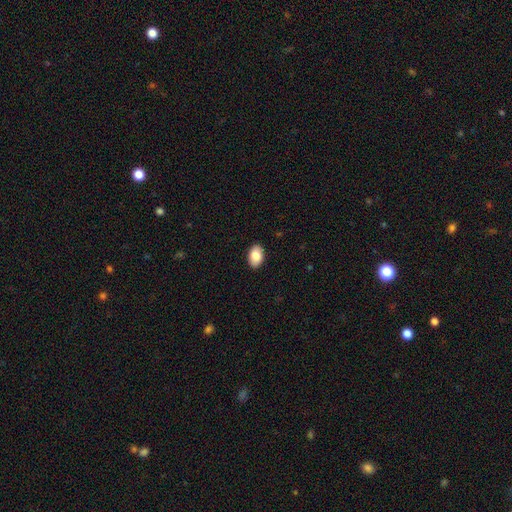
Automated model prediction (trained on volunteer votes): This appears to be a smooth galaxy with no disk features (85%) that is in between round and cigar-shaped (91%). Merging: none (90%).